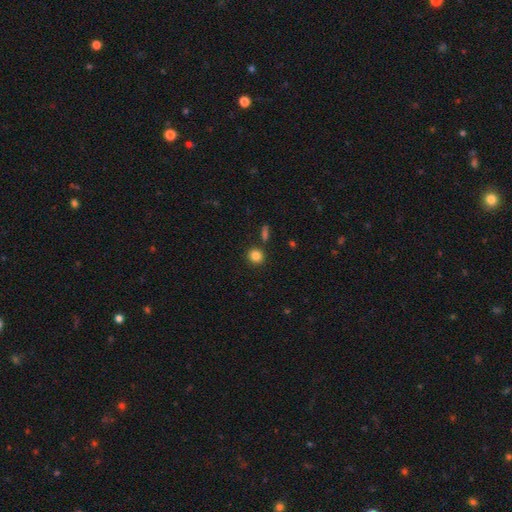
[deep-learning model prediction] A smooth galaxy with no disk features (85%) that is round (87%).

Vote fractions:
- Smooth or featured? smooth: 85% / star or artifact: 10% / featured or disk: 5%
- How rounded? round: 87% / in between: 12% / cigar-shaped: 1%
- Merging? none: 85% / minor disturbance: 7% / merger: 6% / major disturbance: 2%